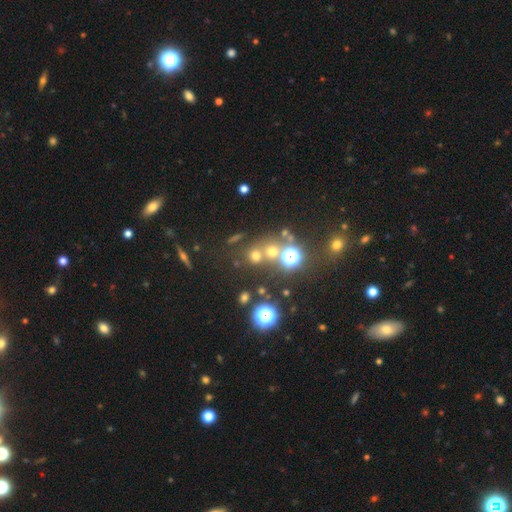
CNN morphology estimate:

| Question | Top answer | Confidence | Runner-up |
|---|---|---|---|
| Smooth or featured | smooth | 57% | star or artifact (33%) |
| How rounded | round | 89% | in between (10%) |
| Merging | none | 65% | merger (23%) |